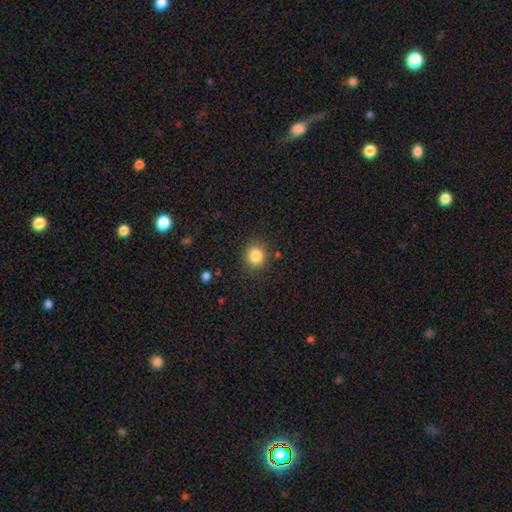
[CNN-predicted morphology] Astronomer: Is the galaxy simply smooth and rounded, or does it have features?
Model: smooth — 84%.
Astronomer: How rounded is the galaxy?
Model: round — 85%.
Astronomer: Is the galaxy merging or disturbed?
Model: none — 88%.